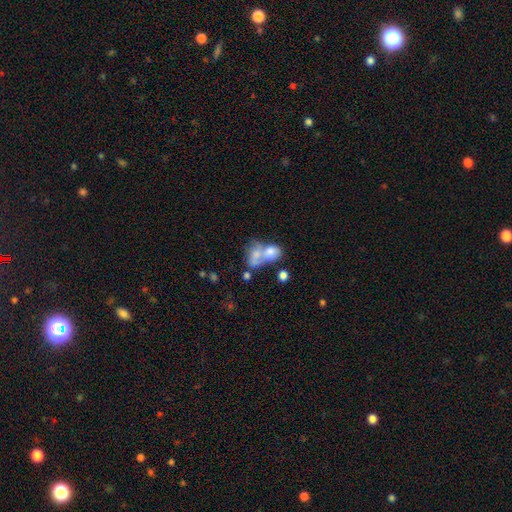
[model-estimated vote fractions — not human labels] Smooth or featured?
  - smooth: 67% *
  - featured or disk: 23%
  - star or artifact: 10%
How rounded?
  - in between: 67% *
  - round: 31%
  - cigar-shaped: 2%
Merging?
  - merger: 70% *
  - none: 15%
  - minor disturbance: 7%
  - major disturbance: 7%